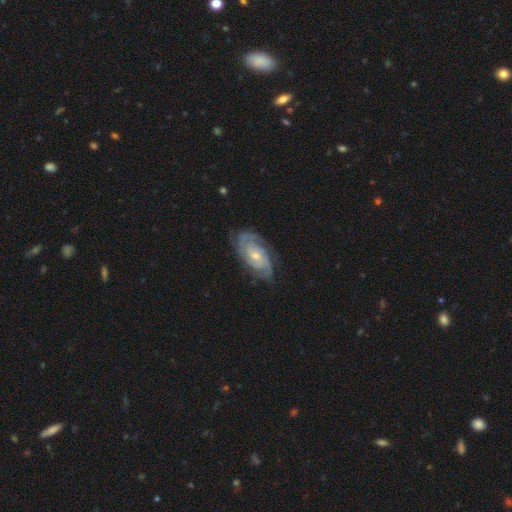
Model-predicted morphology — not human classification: This appears to be a featured or disk galaxy (86%) with no bar (67%), 2 (41%) tight (66%) spiral arms (97%) and a small central bulge (55%). Merging: none (77%).